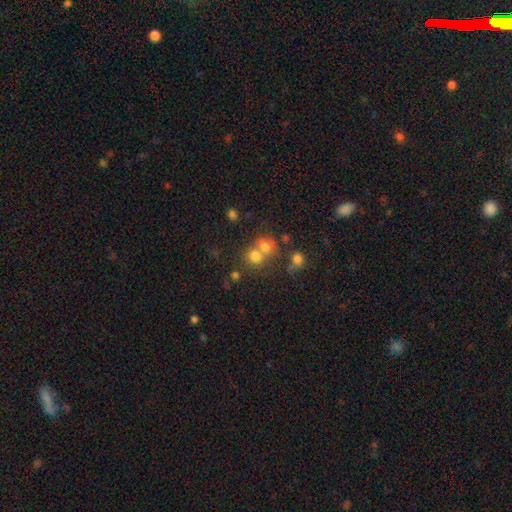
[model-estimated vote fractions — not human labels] smooth-or-featured: smooth: 71% | star or artifact: 16% | featured or disk: 13%
  how-rounded: round: 76% | in between: 23% | cigar-shaped: 1%
  merging: merger: 47% | none: 42% | minor disturbance: 7% | major disturbance: 4%